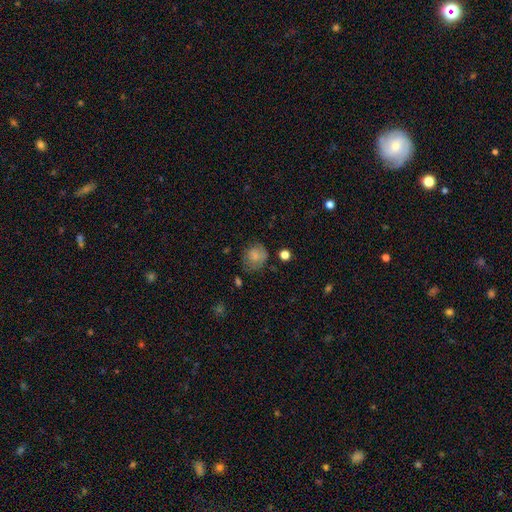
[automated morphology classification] The model was most divided on "merging": none: 61%, minor disturbance: 26%, major disturbance: 9%, merger: 3%. More confident: smooth or featured — smooth (73%); how rounded — round (71%).